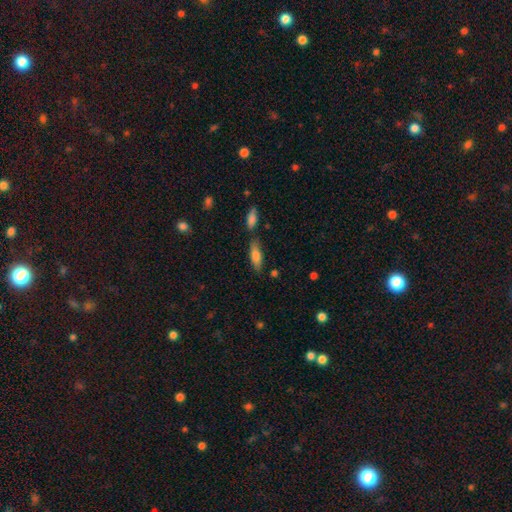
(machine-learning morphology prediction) Smooth or featured: smooth — 76% (featured or disk — 17%)
How rounded: in between — 56% (cigar-shaped — 42%)
Merging: none — 70% (minor disturbance — 16%)